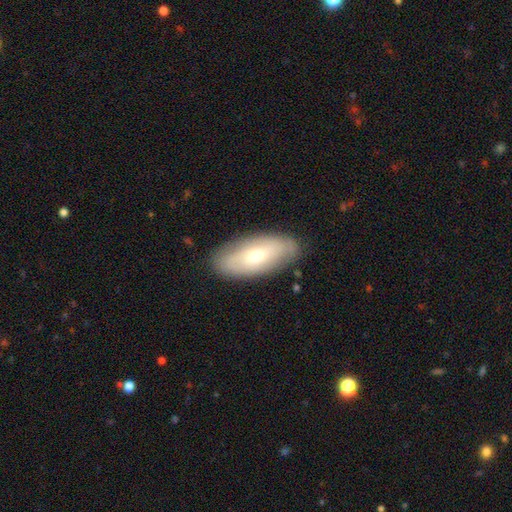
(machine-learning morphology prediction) smooth-or-featured: smooth: 60% | featured or disk: 34% | star or artifact: 6%
  how-rounded: in between: 85% | cigar-shaped: 13% | round: 2%
  merging: none: 84% | minor disturbance: 12% | major disturbance: 3% | merger: 1%